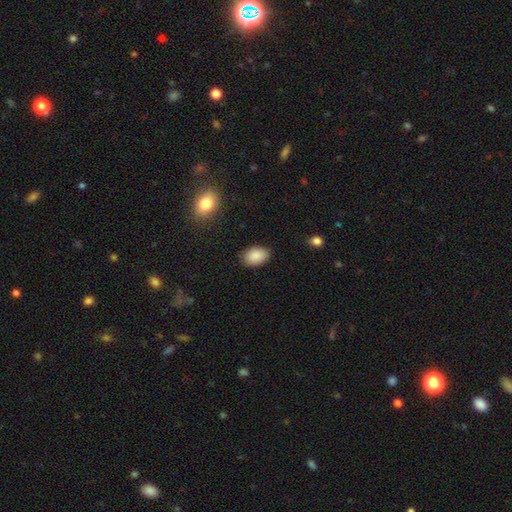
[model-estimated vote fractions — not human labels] Morphology: type=smooth (89%); roundness=in between (87%); merging=none (84%).